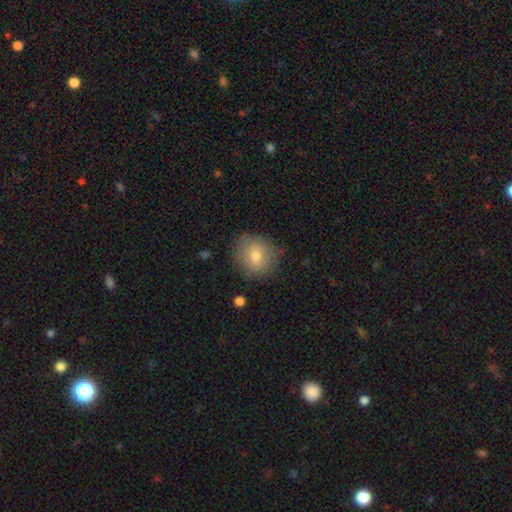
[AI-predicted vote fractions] Smooth or featured?
  - smooth: 75% *
  - featured or disk: 14%
  - star or artifact: 10%
How rounded?
  - round: 85% *
  - in between: 14%
  - cigar-shaped: 1%
Merging?
  - none: 83% *
  - minor disturbance: 12%
  - major disturbance: 3%
  - merger: 1%